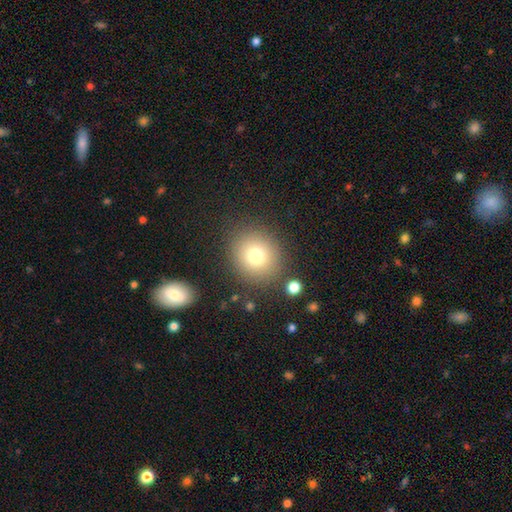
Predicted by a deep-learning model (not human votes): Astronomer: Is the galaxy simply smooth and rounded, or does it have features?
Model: smooth — 77%.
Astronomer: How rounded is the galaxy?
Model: round — 83%.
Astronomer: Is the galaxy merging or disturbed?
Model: none — 85%.